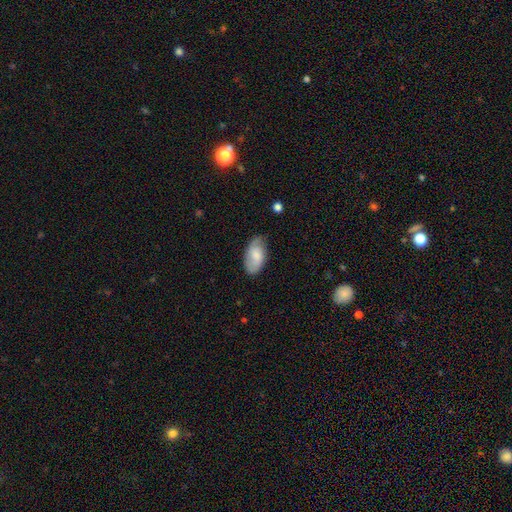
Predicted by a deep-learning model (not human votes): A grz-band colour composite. It shows a smooth galaxy with no disk features (69%) that is in between round and cigar-shaped (94%). Merging: none (68%).